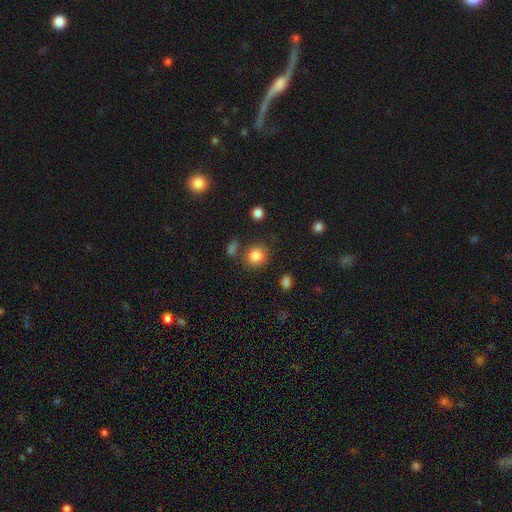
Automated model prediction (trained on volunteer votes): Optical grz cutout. It shows a smooth galaxy with no disk features (85%) that is round (83%). Merging: none (76%).